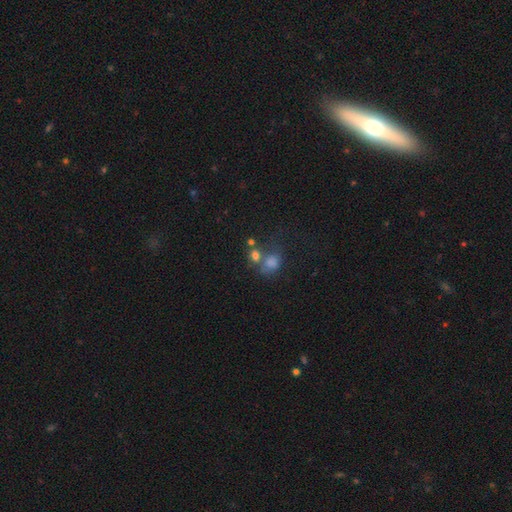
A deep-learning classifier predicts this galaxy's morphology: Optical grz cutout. It shows a smooth galaxy with no disk features (74%) that is round (62%). Merging: none (40%).